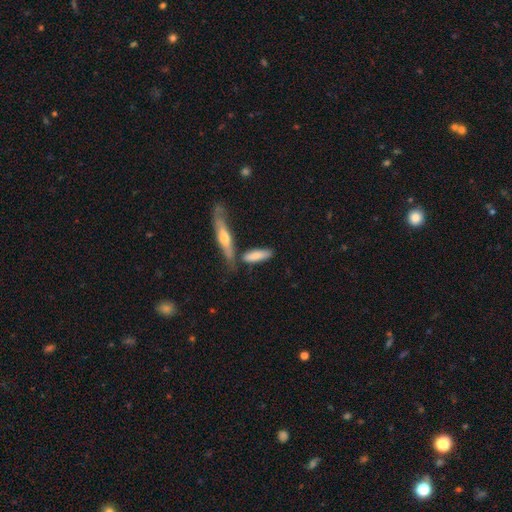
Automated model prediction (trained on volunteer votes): A smooth galaxy with no disk features (74%) that is cigar-shaped (60%). Merging: none (61%).